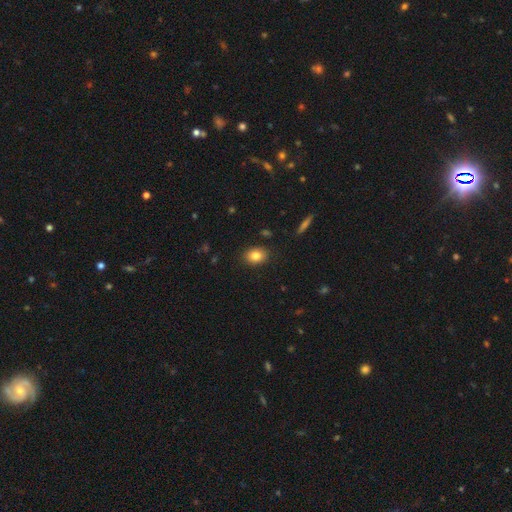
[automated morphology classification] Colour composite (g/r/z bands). It shows a smooth galaxy with no disk features (82%) that is in between round and cigar-shaped (68%). Merging: none (88%).